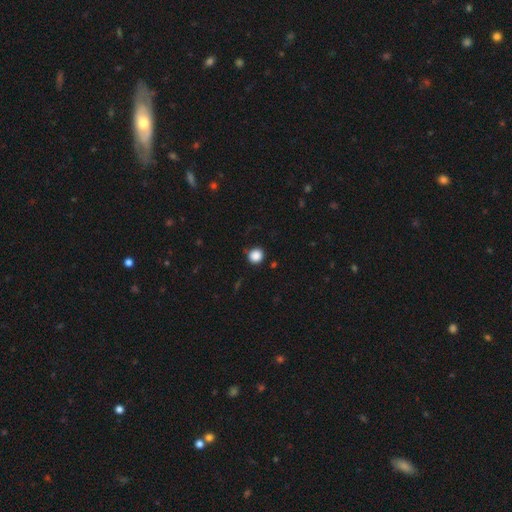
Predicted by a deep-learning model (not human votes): Smooth or featured? Predicted: smooth (p=0.87). How rounded? Predicted: round (p=0.93). Merging? Predicted: none (p=0.89).